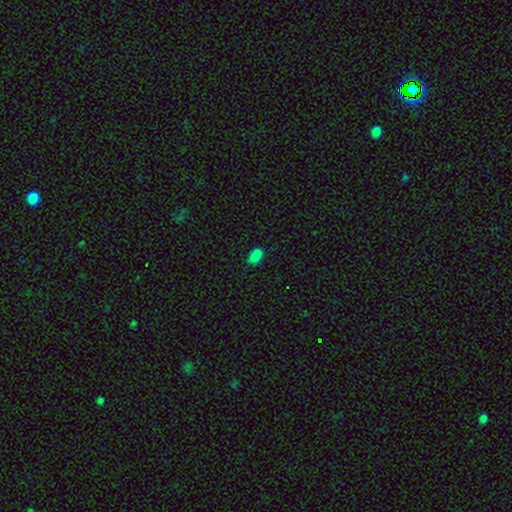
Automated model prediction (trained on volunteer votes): A smooth galaxy with no disk features (84%) that is in between round and cigar-shaped (87%).

Vote fractions:
- Smooth or featured? smooth: 84% / star or artifact: 13% / featured or disk: 3%
- How rounded? in between: 87% / round: 12% / cigar-shaped: 1%
- Merging? none: 84% / minor disturbance: 12% / major disturbance: 2% / merger: 1%